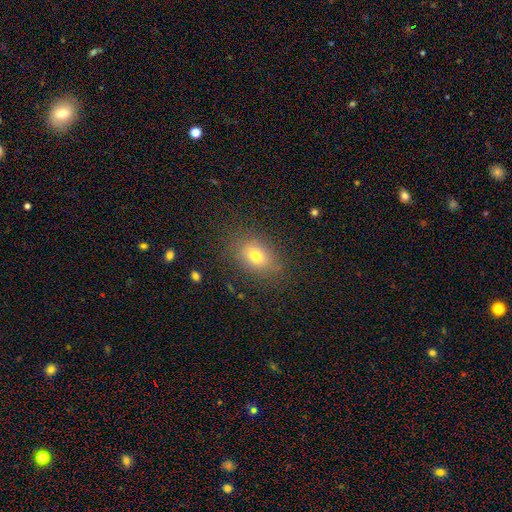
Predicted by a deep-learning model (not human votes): A smooth galaxy with no disk features (74%) that is in between round and cigar-shaped (73%).

Vote fractions:
- Smooth or featured? smooth: 74% / star or artifact: 13% / featured or disk: 13%
- How rounded? in between: 73% / round: 25% / cigar-shaped: 2%
- Merging? none: 82% / minor disturbance: 12% / major disturbance: 5% / merger: 1%